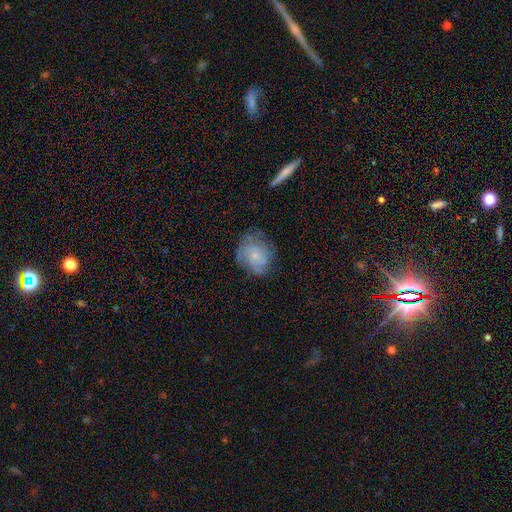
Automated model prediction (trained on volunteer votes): smooth_or_featured: featured or disk (p=0.53) [alt: smooth p=0.39]
disk_edge_on: no (p=0.97) [alt: yes p=0.03]
bar: no (p=0.81) [alt: weak p=0.17]
has_spiral_arms: yes (p=0.79) [alt: no p=0.21]
bulge_size: small (p=0.73) [alt: moderate p=0.20]
merging: none (p=0.63) [alt: minor disturbance p=0.24]